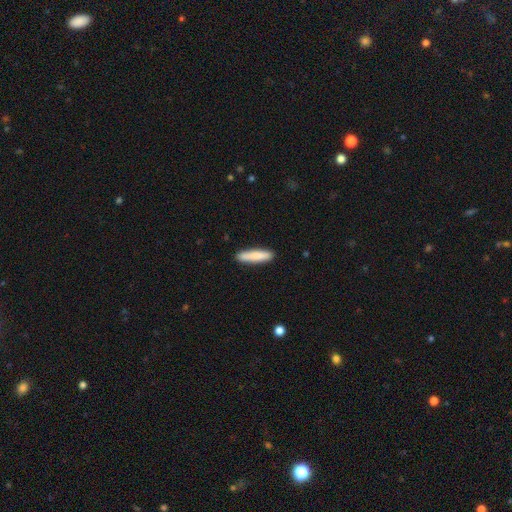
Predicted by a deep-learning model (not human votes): Morphology: type=smooth (84%); roundness=cigar-shaped (85%); merging=none (89%).